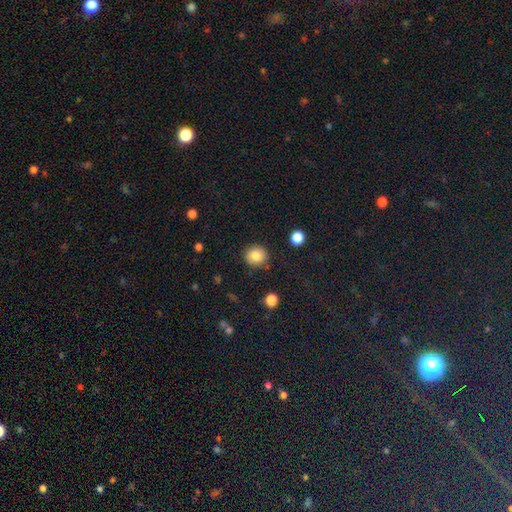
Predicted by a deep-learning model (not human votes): Morphology: type=smooth (85%); roundness=round (86%); merging=none (87%).